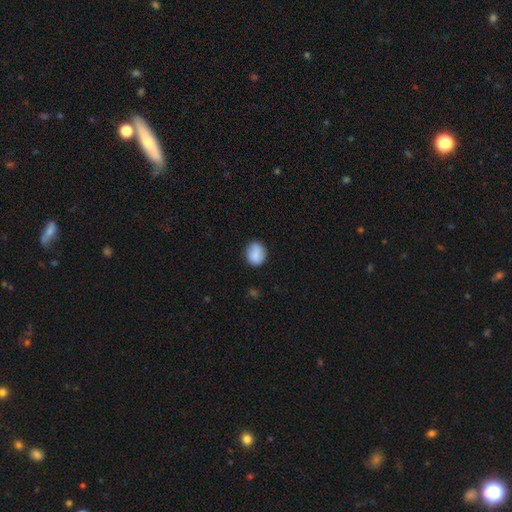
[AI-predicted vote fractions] A smooth galaxy with no disk features (83%) that is round (67%).

Vote fractions:
- Smooth or featured? smooth: 83% / featured or disk: 10% / star or artifact: 8%
- How rounded? round: 67% / in between: 32% / cigar-shaped: 1%
- Merging? none: 80% / minor disturbance: 15% / major disturbance: 3% / merger: 1%